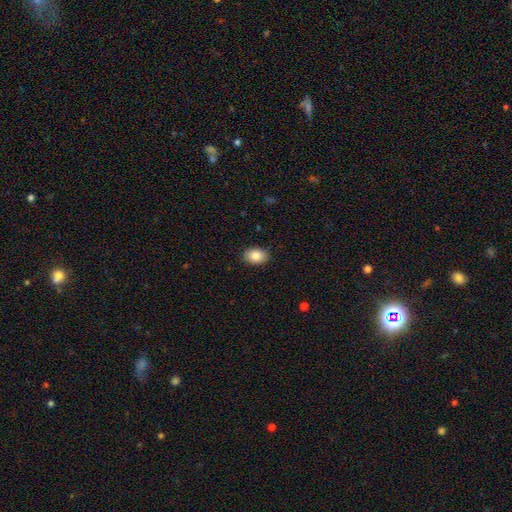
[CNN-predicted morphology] smooth-or-featured: smooth: 84% | star or artifact: 8% | featured or disk: 8%
  how-rounded: in between: 81% | round: 18% | cigar-shaped: 1%
  merging: none: 89% | minor disturbance: 8% | major disturbance: 2% | merger: 1%